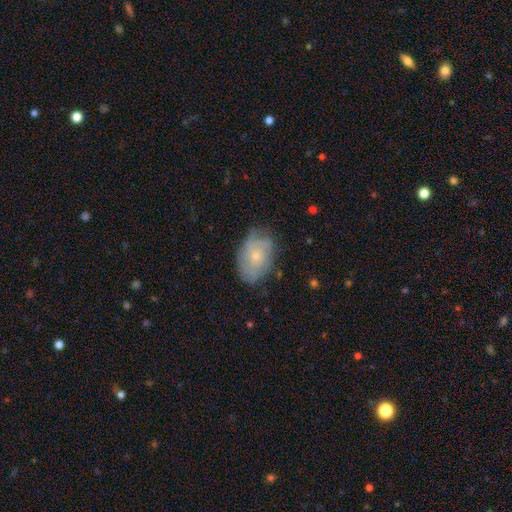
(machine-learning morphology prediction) Smooth or featured? featured or disk (53%)
Edge-on disk? no (96%)
Bar? no (83%)
Spiral arms? yes (76%)
Bulge size? small (70%)
Merging? none (66%)